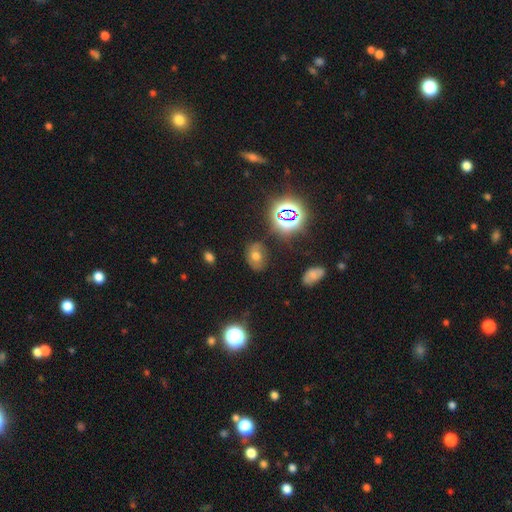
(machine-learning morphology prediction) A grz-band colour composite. It shows a smooth galaxy with no disk features (50%) that is in between round and cigar-shaped (77%). Merging: none (73%).